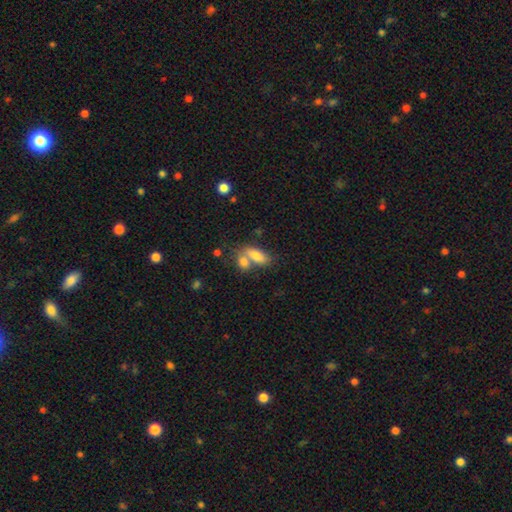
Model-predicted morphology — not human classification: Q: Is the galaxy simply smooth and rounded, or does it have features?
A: smooth — 79%.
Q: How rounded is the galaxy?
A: in between — 83%.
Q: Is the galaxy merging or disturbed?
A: merger — 52%.